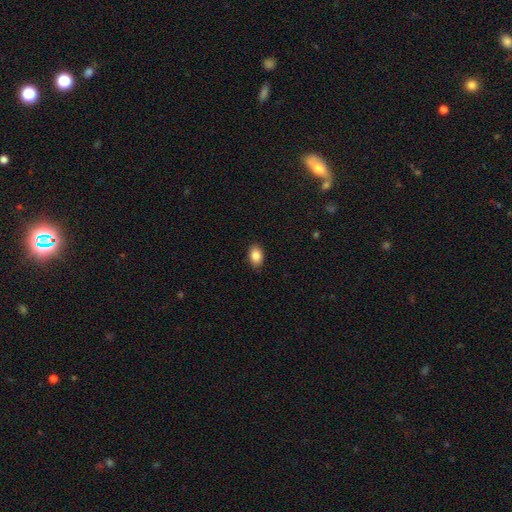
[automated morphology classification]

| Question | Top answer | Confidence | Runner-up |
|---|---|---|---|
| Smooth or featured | smooth | 86% | star or artifact (8%) |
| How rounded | in between | 85% | round (13%) |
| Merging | none | 87% | minor disturbance (10%) |